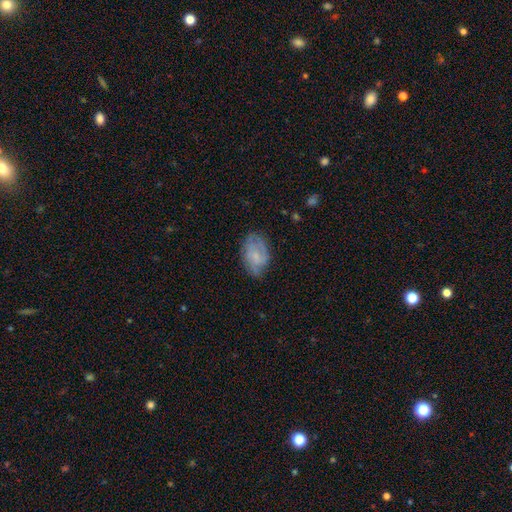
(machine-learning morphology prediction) Smooth or featured?
  - featured or disk: 53% *
  - smooth: 39%
  - star or artifact: 8%
Edge-on disk?
  - no: 96% *
  - yes: 4%
Bar?
  - no: 66% *
  - weak: 29%
  - strong: 5%
Spiral arms?
  - yes: 76% *
  - no: 24%
Bulge size?
  - small: 55% *
  - none: 21%
  - moderate: 21%
  - large: 2%
  - dominant: 1%
Merging?
  - none: 65% *
  - minor disturbance: 25%
  - major disturbance: 9%
  - merger: 1%